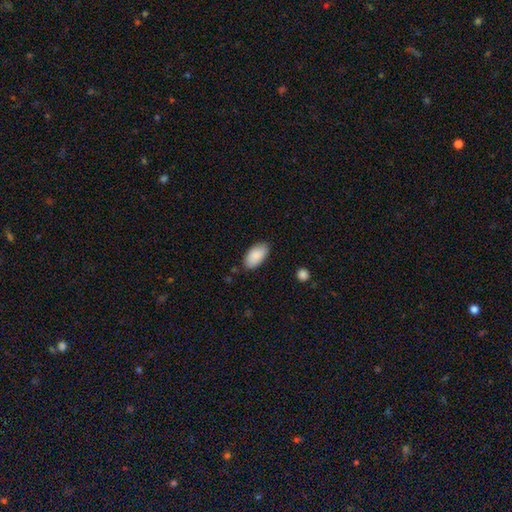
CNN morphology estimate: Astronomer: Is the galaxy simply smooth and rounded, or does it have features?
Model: smooth — 90%.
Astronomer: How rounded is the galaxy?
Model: in between — 95%.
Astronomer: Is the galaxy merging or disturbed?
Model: none — 82%.